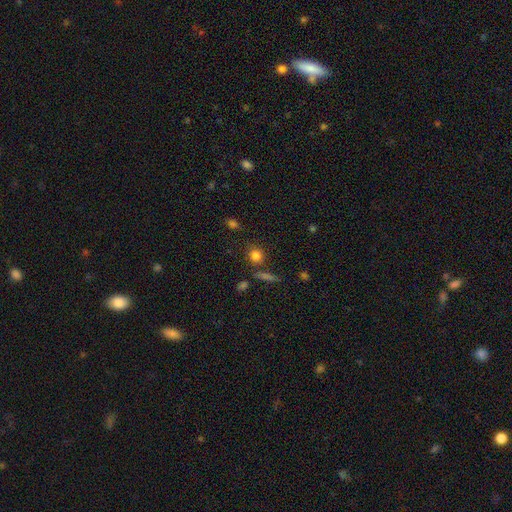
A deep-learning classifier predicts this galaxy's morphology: smooth_or_featured: smooth (p=0.80) [alt: star or artifact p=0.13]
how_rounded: round (p=0.85) [alt: in between p=0.12]
merging: none (p=0.77) [alt: minor disturbance p=0.11]